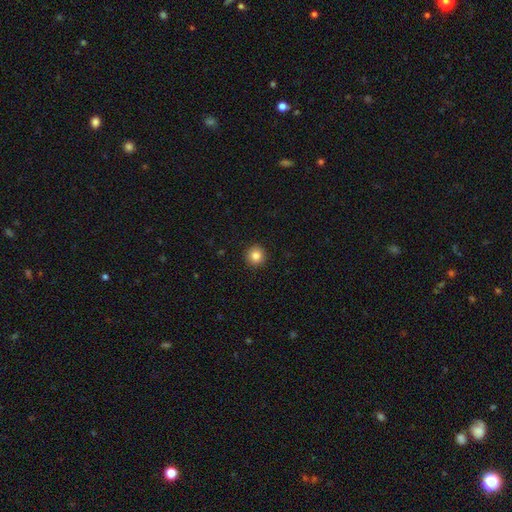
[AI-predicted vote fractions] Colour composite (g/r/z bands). It shows a smooth galaxy with no disk features (84%) that is round (95%). Merging: none (93%).